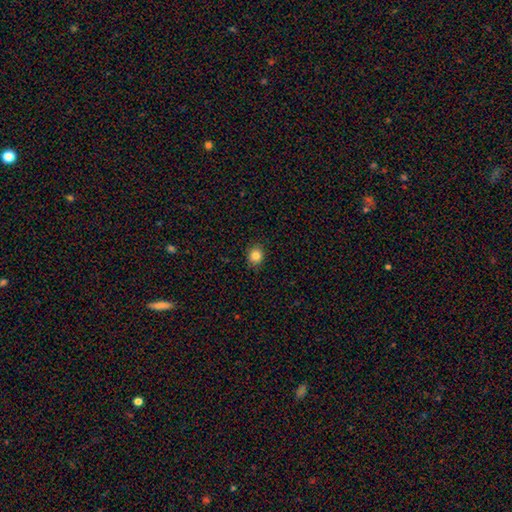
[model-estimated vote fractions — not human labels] Smooth or featured: smooth — 84% (star or artifact — 11%)
How rounded: round — 77% (in between — 22%)
Merging: none — 89% (minor disturbance — 8%)